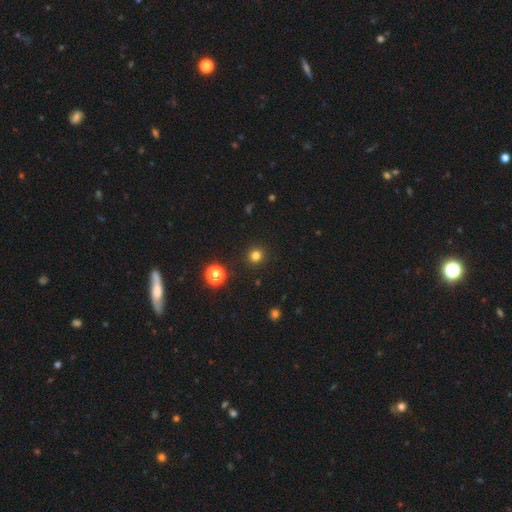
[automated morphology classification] smooth_or_featured: smooth (p=0.80) [alt: star or artifact p=0.16]
how_rounded: round (p=0.92) [alt: in between p=0.07]
merging: none (p=0.91) [alt: minor disturbance p=0.05]